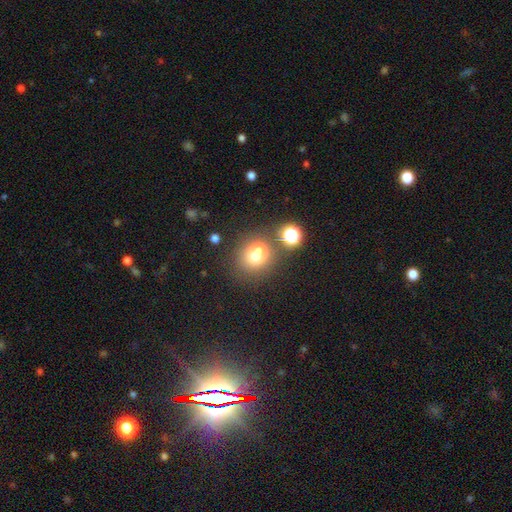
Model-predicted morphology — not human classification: smooth_or_featured: smooth (p=0.65) [alt: featured or disk p=0.18]
how_rounded: round (p=0.71) [alt: in between p=0.28]
merging: none (p=0.48) [alt: merger p=0.37]